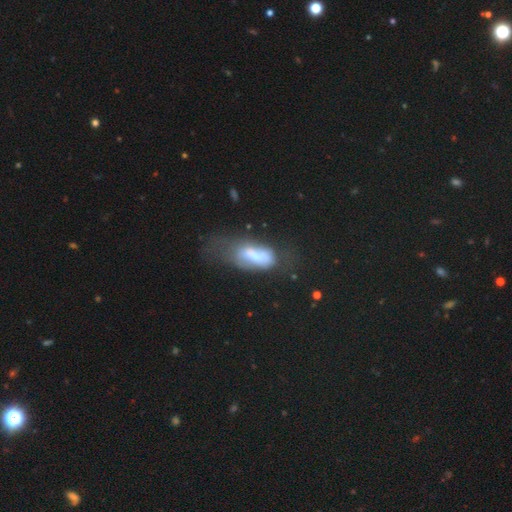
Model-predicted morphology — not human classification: This appears to be a smooth galaxy with no disk features (60%) that is in between round and cigar-shaped (82%). Merging: major disturbance (42%).